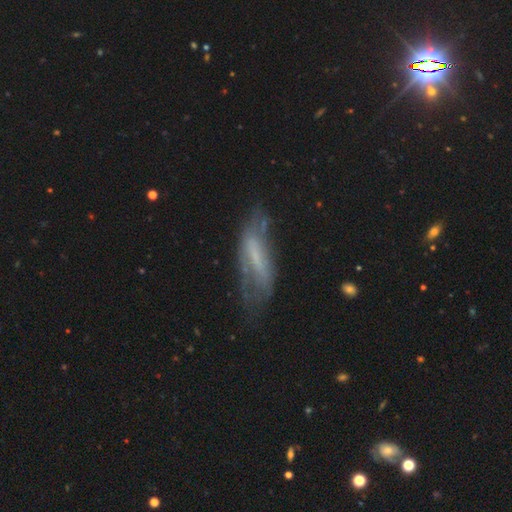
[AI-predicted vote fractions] This is possibly a featured or disk galaxy (57%). It is likely not viewed edge-on (74%). Merging: marginally none (43%).